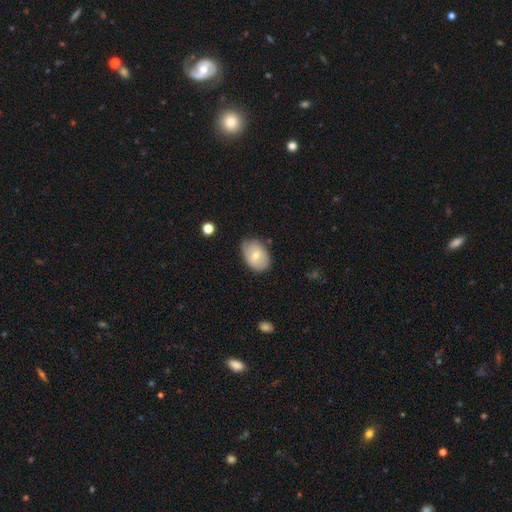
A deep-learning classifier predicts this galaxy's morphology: This is likely a smooth galaxy (66%). How rounded: clearly in between (82%). Merging: likely none (71%).